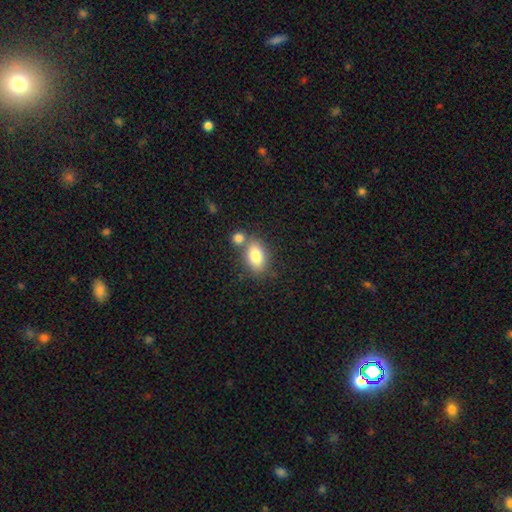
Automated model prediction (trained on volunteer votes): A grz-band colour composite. It shows a smooth galaxy with no disk features (81%) that is in between round and cigar-shaped (87%). Merging: none (55%).